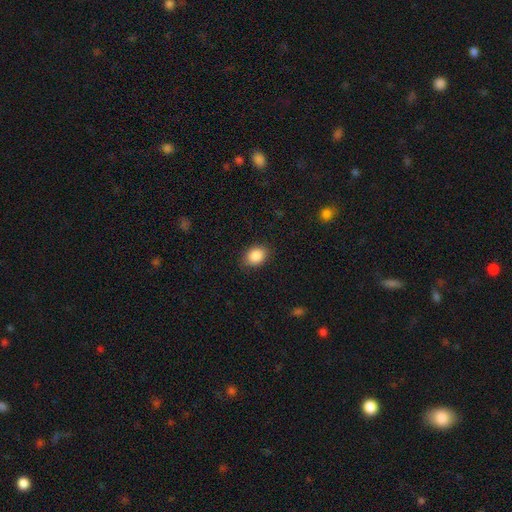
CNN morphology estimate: This appears to be a smooth galaxy with no disk features (88%) that is in between round and cigar-shaped (60%). Merging: none (85%).